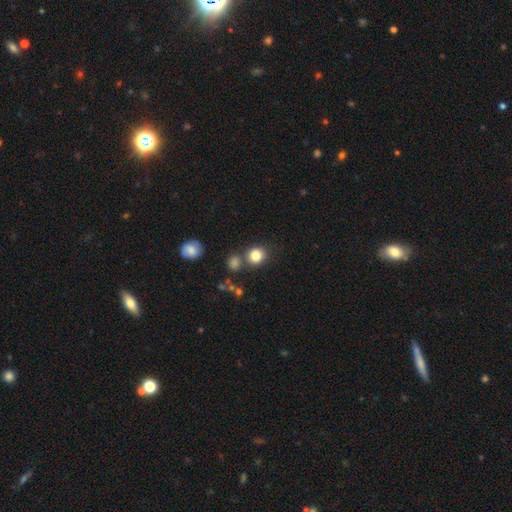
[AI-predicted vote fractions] This appears to be a smooth galaxy with no disk features (83%) that is round (80%). Merging: none (70%).